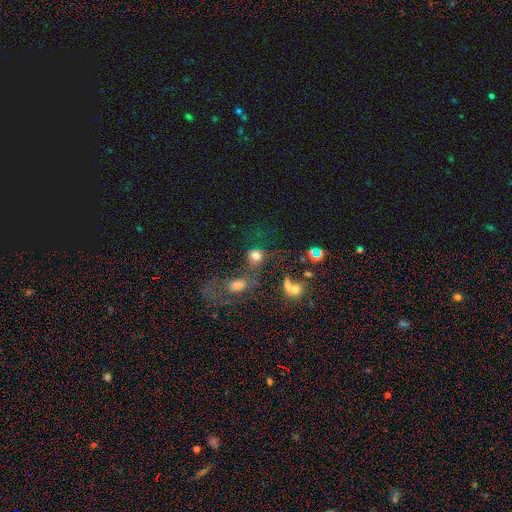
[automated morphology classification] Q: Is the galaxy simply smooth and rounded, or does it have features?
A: smooth — 69%.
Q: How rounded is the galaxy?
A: round — 63%.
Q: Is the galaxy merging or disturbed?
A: none — 41%.